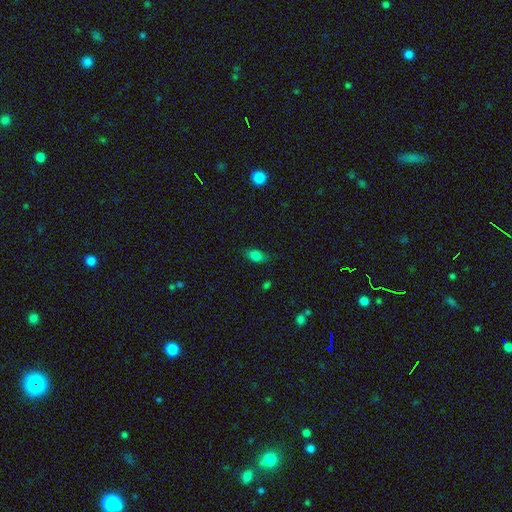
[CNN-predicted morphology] This appears to be a smooth galaxy with no disk features (80%) that is in between round and cigar-shaped (87%). Merging: none (79%).